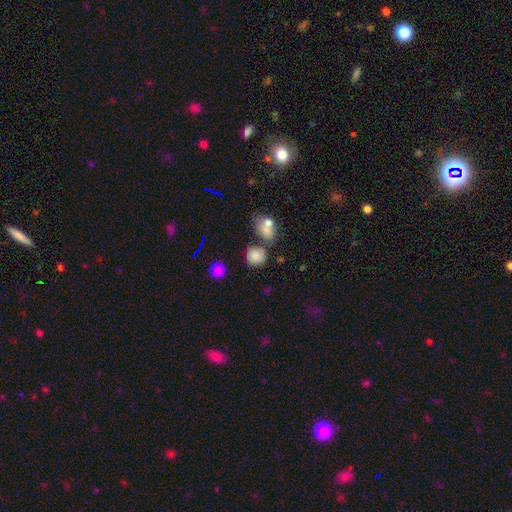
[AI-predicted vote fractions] smooth-or-featured: smooth: 80% | star or artifact: 12% | featured or disk: 8%
  how-rounded: round: 82% | in between: 17% | cigar-shaped: 1%
  merging: none: 62% | merger: 17% | minor disturbance: 15% | major disturbance: 5%